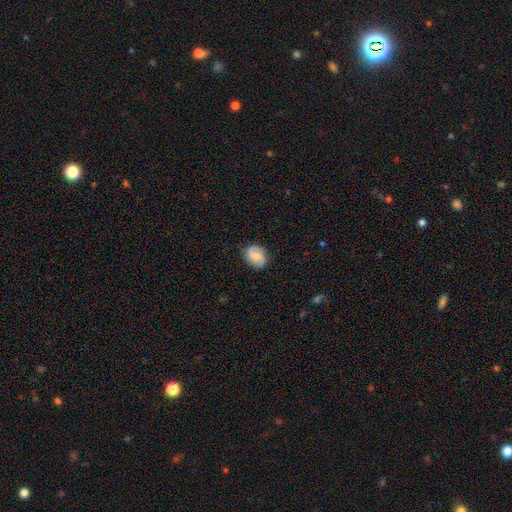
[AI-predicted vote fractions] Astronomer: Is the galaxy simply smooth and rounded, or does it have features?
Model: featured or disk — 51% (runner-up: smooth, 41%).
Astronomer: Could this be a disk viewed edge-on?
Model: no — 98%.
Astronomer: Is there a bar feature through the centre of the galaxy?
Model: no — 47% (runner-up: weak, 43%).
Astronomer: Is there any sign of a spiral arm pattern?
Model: yes — 90%.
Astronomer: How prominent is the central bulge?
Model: moderate — 44% (runner-up: small, 42%).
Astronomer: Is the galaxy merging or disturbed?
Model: none — 82%.